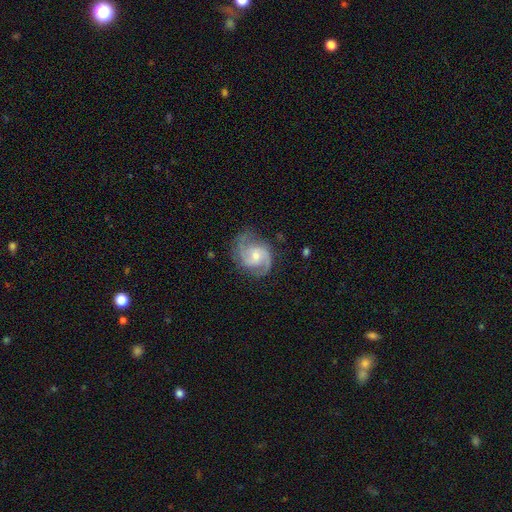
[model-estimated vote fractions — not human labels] Smooth or featured? Predicted: featured or disk (p=0.84). Edge-on disk? Predicted: no (p=0.98). Bar? Predicted: no (p=0.55). Spiral arms? Predicted: yes (p=0.96). Spiral winding? Predicted: medium (p=0.53). Spiral arm count? Predicted: 2 (p=0.78). Bulge size? Predicted: moderate (p=0.48). Merging? Predicted: none (p=0.68).